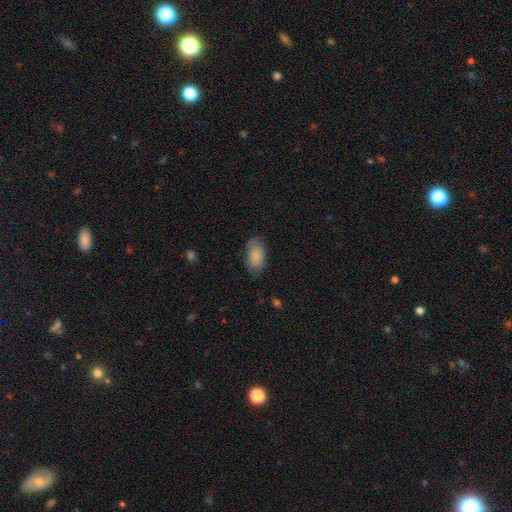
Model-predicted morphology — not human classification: A smooth galaxy with no disk features (85%) that is in between round and cigar-shaped (94%). Merging: none (75%).